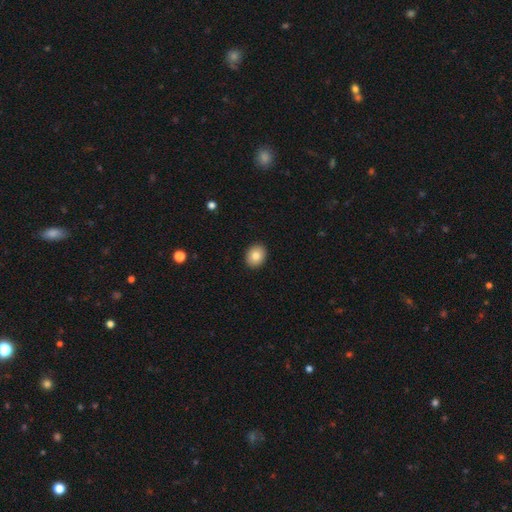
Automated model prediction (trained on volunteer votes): Smooth or featured? Predicted: smooth (p=0.82). How rounded? Predicted: round (p=0.53). Merging? Predicted: none (p=0.92).